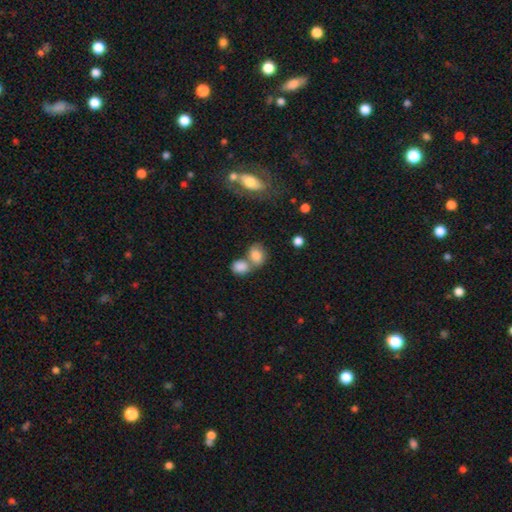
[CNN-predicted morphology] smooth_or_featured: smooth (p=0.81) [alt: featured or disk p=0.10]
how_rounded: in between (p=0.65) [alt: round p=0.33]
merging: merger (p=0.55) [alt: none p=0.31]